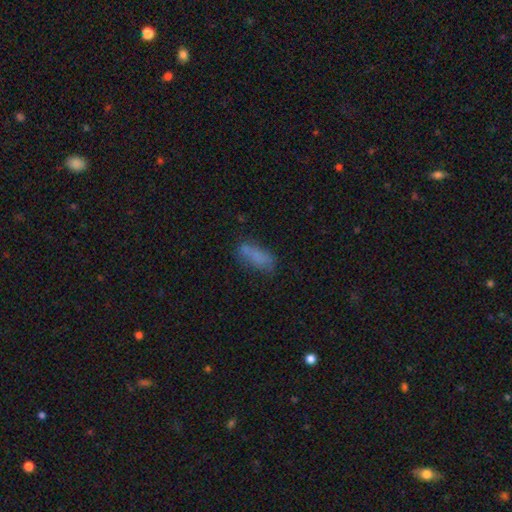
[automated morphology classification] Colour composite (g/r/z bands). It shows a smooth galaxy with no disk features (72%) that is in between round and cigar-shaped (65%). Merging: none (54%).